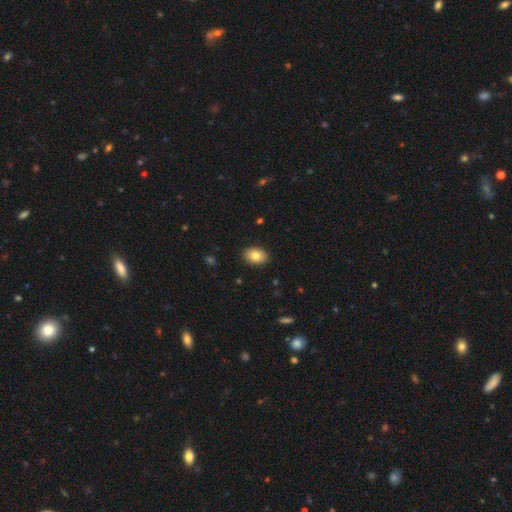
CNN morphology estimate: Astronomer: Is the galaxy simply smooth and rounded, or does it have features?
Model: smooth — 82%.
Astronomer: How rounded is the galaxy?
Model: in between — 84%.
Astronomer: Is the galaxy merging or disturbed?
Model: none — 89%.